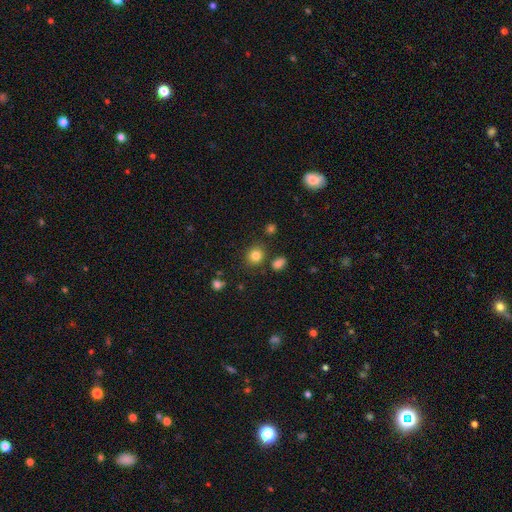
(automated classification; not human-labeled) smooth_or_featured: smooth (p=0.83) [alt: star or artifact p=0.12]
how_rounded: round (p=0.80) [alt: in between p=0.20]
merging: none (p=0.82) [alt: minor disturbance p=0.09]